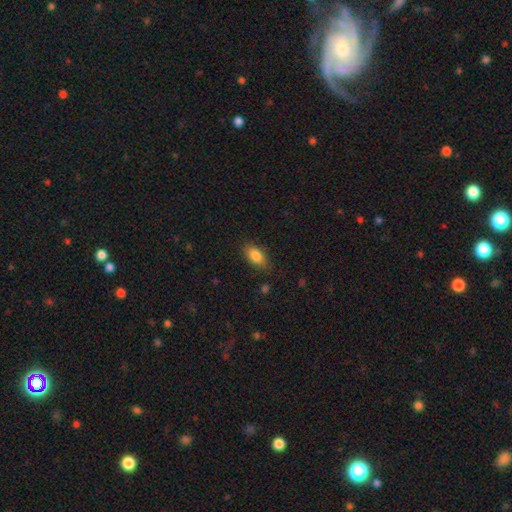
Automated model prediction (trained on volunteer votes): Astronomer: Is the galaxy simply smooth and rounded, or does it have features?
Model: smooth — 84%.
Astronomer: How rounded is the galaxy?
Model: in between — 87%.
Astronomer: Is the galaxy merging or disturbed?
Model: none — 82%.